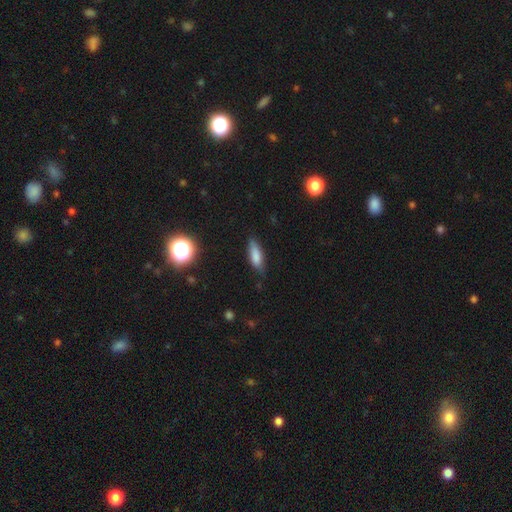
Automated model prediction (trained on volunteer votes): Smooth or featured?
  - smooth: 78% *
  - featured or disk: 13%
  - star or artifact: 10%
How rounded?
  - in between: 57% *
  - cigar-shaped: 41%
  - round: 3%
Merging?
  - none: 74% *
  - minor disturbance: 21%
  - major disturbance: 4%
  - merger: 2%